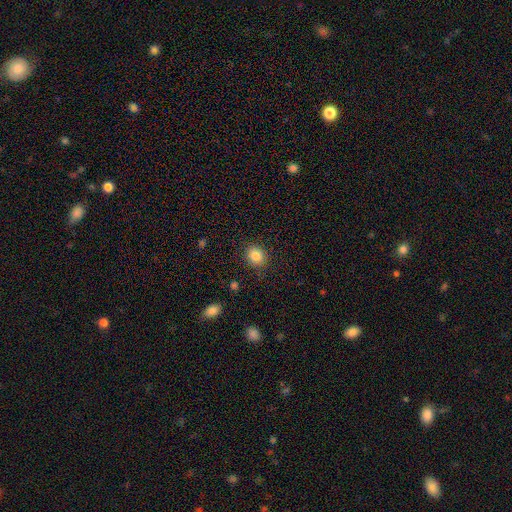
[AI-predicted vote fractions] smooth_or_featured: smooth (p=0.85) [alt: star or artifact p=0.10]
how_rounded: round (p=0.72) [alt: in between p=0.27]
merging: none (p=0.87) [alt: minor disturbance p=0.09]